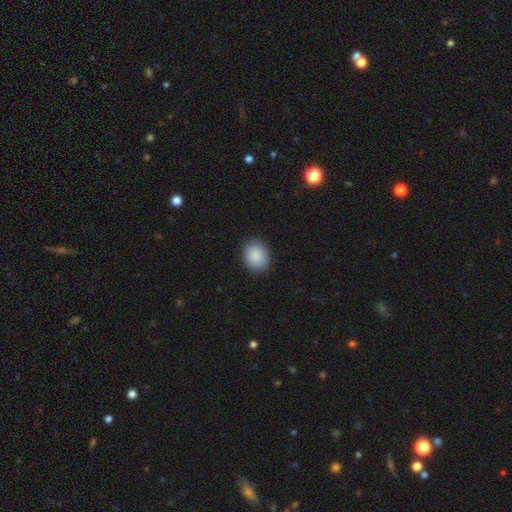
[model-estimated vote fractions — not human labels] Smooth or featured?
  - smooth: 89% *
  - star or artifact: 7%
  - featured or disk: 4%
How rounded?
  - round: 58% *
  - in between: 41%
  - cigar-shaped: 1%
Merging?
  - none: 89% *
  - minor disturbance: 8%
  - major disturbance: 2%
  - merger: 1%